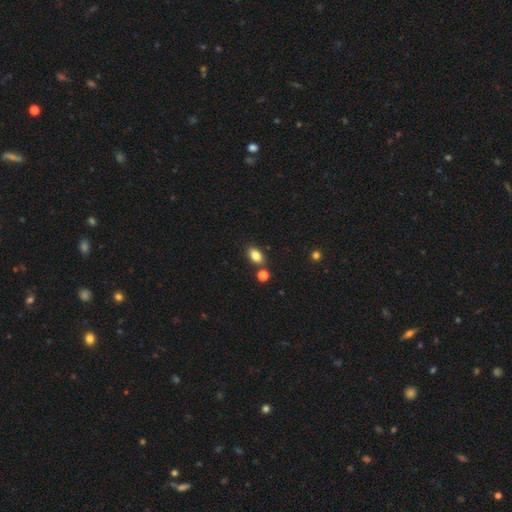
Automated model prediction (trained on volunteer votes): smooth 84%, star or artifact 9%, featured or disk 7%. Down the decision tree: how rounded — in between (86%); merging — none (76%).